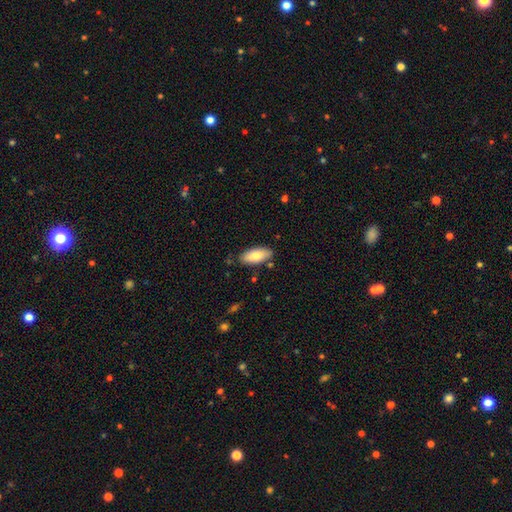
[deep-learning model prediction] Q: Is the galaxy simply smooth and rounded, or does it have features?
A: smooth — 81%.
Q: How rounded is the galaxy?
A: in between — 84%.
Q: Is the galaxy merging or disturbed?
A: none — 82%.